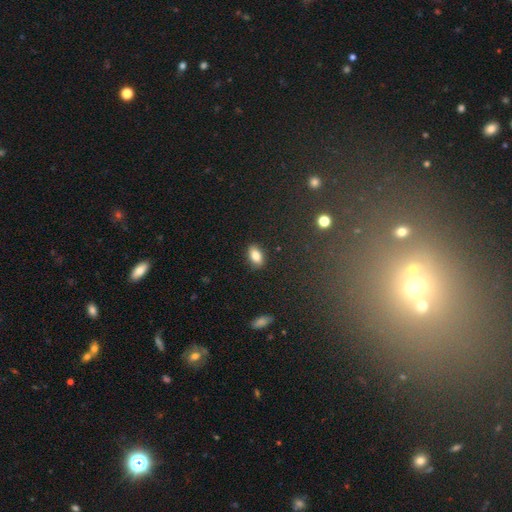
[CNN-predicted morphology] Smooth or featured? smooth (82%)
How rounded? in between (90%)
Merging? none (88%)